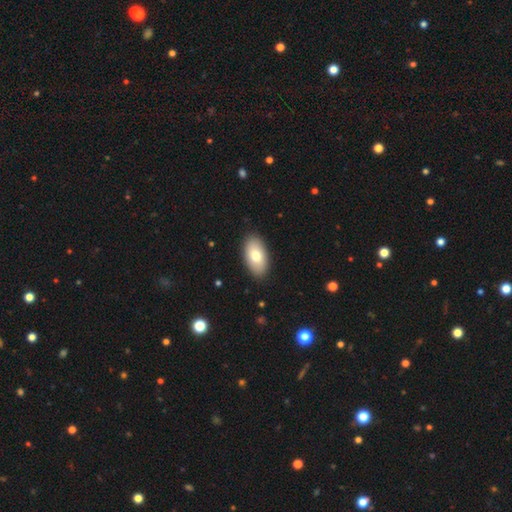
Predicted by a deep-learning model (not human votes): This is likely a smooth galaxy (75%). How rounded: clearly in between (95%). Merging: clearly none (89%).